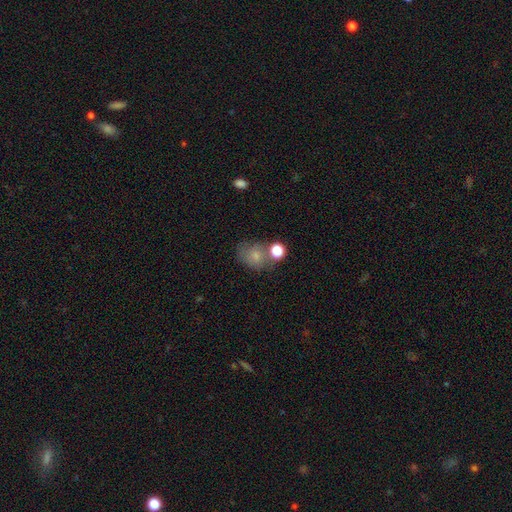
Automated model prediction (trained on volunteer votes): Morphology: type=smooth (73%); roundness=round (54%); merging=none (47%).